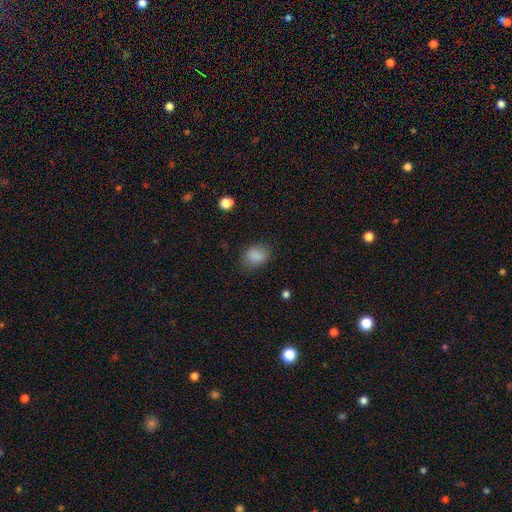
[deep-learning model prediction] smooth 85%, star or artifact 10%, featured or disk 5%. Down the decision tree: how rounded — in between (69%); merging — none (76%).